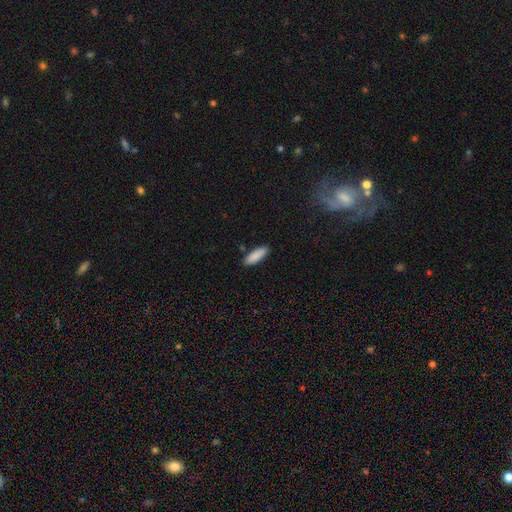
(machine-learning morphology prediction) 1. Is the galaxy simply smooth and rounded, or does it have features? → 89% smooth, 6% star or artifact, 5% featured or disk.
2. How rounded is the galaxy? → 56% in between, 43% cigar-shaped, 1% round.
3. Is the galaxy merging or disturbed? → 87% none, 9% minor disturbance, 2% merger, 2% major disturbance.